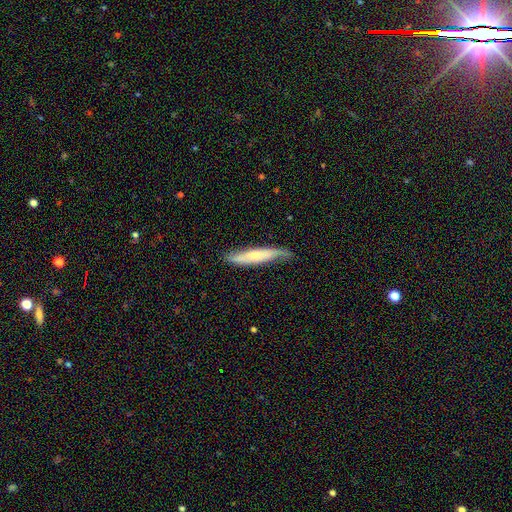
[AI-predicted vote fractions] A featured or disk galaxy (47%, tied with smooth). Merging: none (64%).